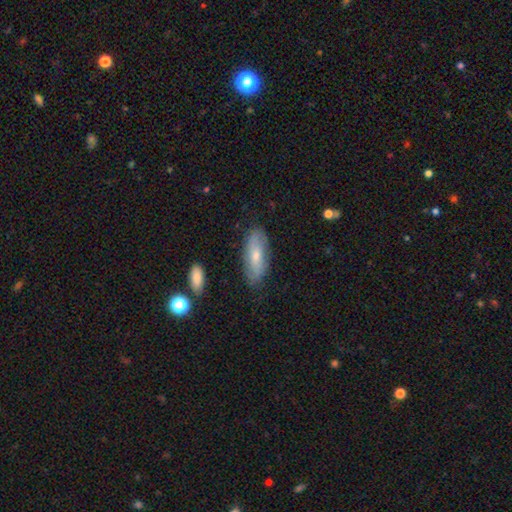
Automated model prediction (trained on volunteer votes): smooth_or_featured: smooth (p=0.56) [alt: featured or disk p=0.36]
how_rounded: in between (p=0.66) [alt: cigar-shaped p=0.31]
merging: none (p=0.81) [alt: minor disturbance p=0.14]